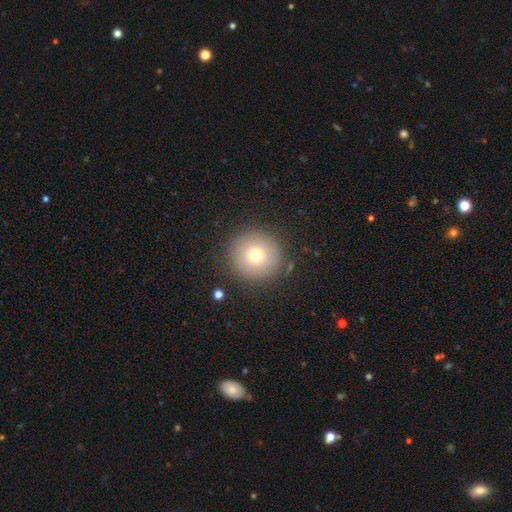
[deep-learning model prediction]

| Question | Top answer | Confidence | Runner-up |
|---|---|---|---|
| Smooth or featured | smooth | 73% | featured or disk (15%) |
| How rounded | round | 96% | in between (3%) |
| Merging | none | 87% | minor disturbance (8%) |